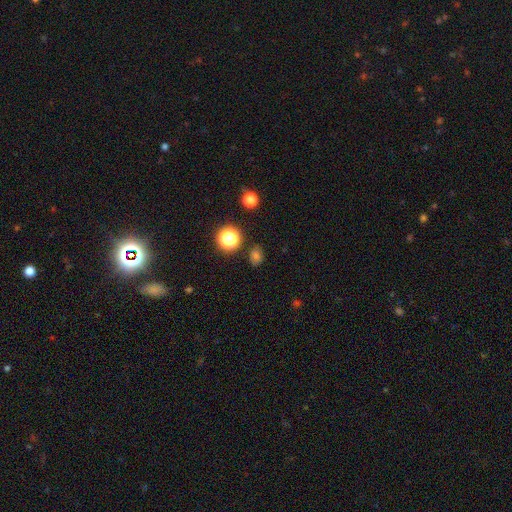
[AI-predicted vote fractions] Q: Smooth or featured?
A: smooth (59%); runner-up: star or artifact (33%)
Q: How rounded?
A: round (61%); runner-up: in between (37%)
Q: Merging?
A: none (82%); runner-up: minor disturbance (11%)